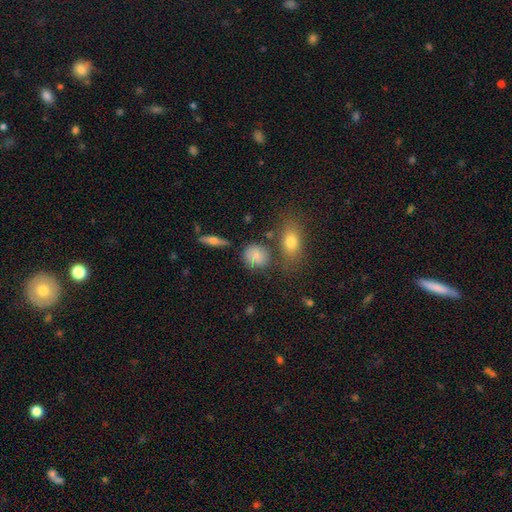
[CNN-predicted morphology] This appears to be a smooth galaxy with no disk features (79%) that is round (71%). Merging: none (69%).